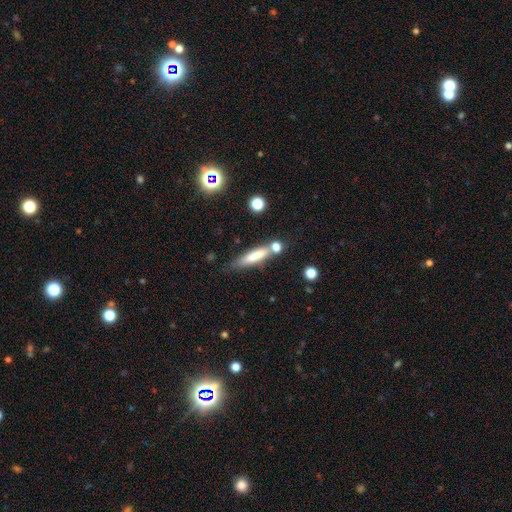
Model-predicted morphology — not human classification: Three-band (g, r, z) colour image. It shows a smooth galaxy with no disk features (72%) that is cigar-shaped (80%). Merging: none (57%).